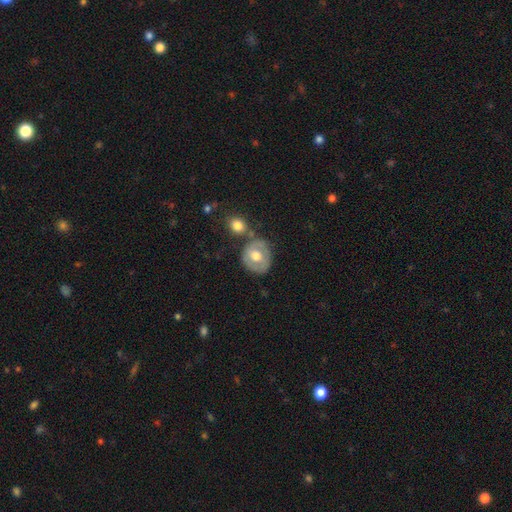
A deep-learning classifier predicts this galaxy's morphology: This appears to be a smooth galaxy with no disk features (51%) that is round (74%). Merging: none (63%).